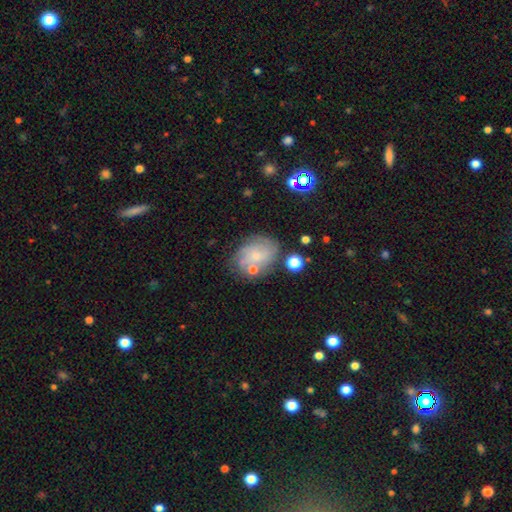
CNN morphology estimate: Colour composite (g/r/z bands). It shows a featured or disk galaxy (56%) with no bar (77%), spiral arms (80%) and a small central bulge (74%). Merging: none (63%).